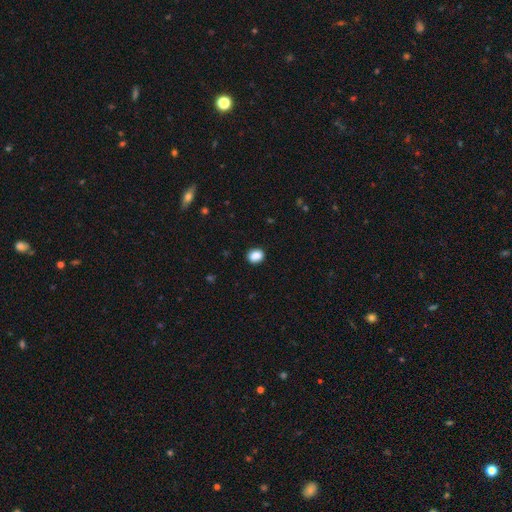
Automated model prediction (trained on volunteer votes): This appears to be a smooth galaxy with no disk features (88%) that is in between round and cigar-shaped (53%). Merging: none (88%).